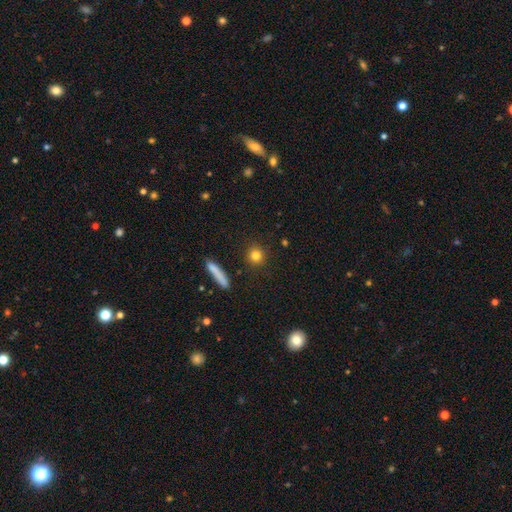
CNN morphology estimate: Smooth or featured: smooth — 82% (star or artifact — 11%)
How rounded: round — 88% (in between — 9%)
Merging: none — 90% (minor disturbance — 6%)